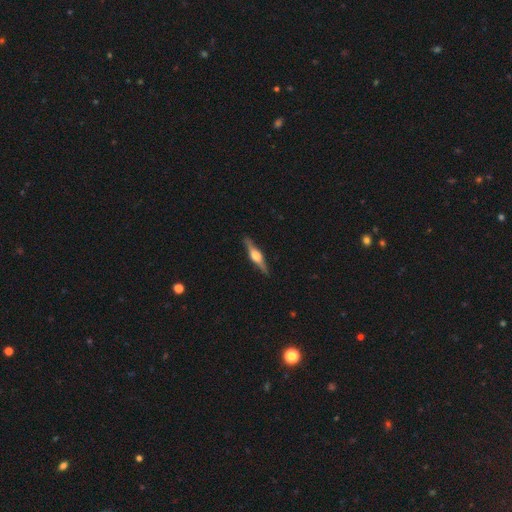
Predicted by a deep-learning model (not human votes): This is likely a featured or disk galaxy (78%). It is clearly viewed edge-on (98%). Edge-on bulge: clearly rounded (91%). Merging: clearly none (90%).